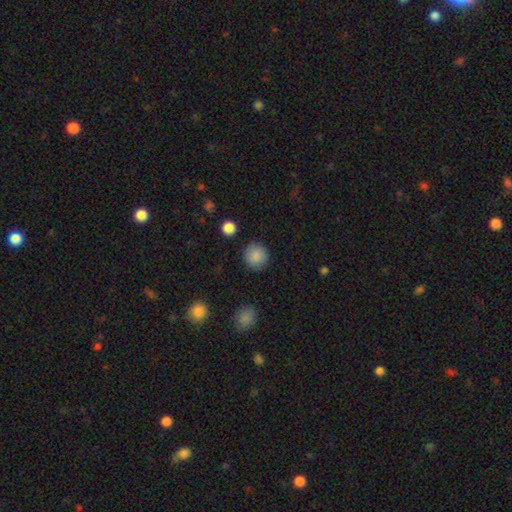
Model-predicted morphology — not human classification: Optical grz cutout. It shows a smooth galaxy with no disk features (88%) that is round (92%). Merging: none (89%).